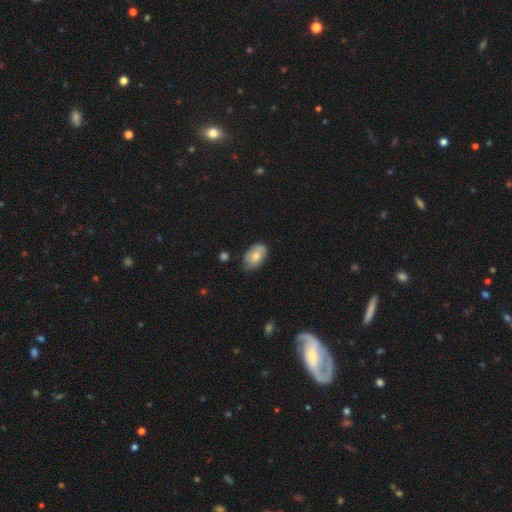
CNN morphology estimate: Smooth or featured?
  - smooth: 64% *
  - featured or disk: 29%
  - star or artifact: 7%
How rounded?
  - in between: 89% *
  - round: 9%
  - cigar-shaped: 1%
Merging?
  - none: 60% *
  - minor disturbance: 32%
  - major disturbance: 6%
  - merger: 2%